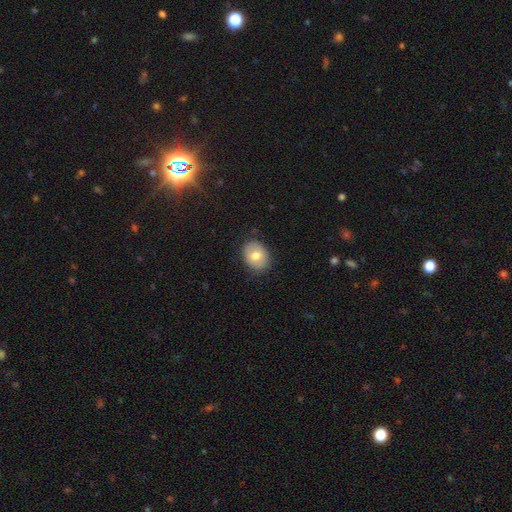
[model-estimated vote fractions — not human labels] The model was most divided on "how rounded": in between: 57%, round: 42%, cigar-shaped: 1%. More confident: merging — none (84%); smooth or featured — smooth (71%).